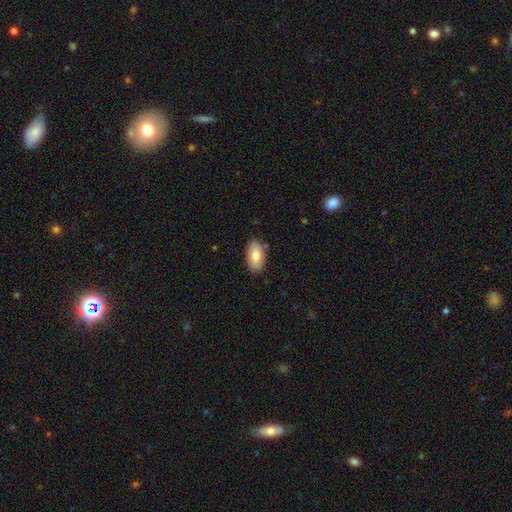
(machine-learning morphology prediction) Q: Smooth or featured?
A: smooth (78%); runner-up: featured or disk (16%)
Q: How rounded?
A: in between (94%); runner-up: round (4%)
Q: Merging?
A: none (84%); runner-up: minor disturbance (12%)